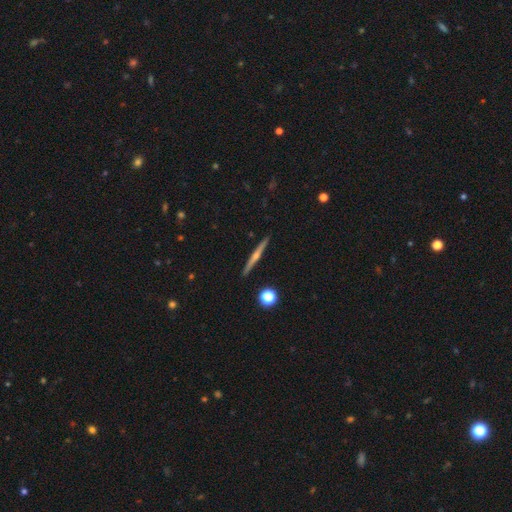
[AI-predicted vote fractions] Overall: featured or disk (71%). Edge-on disk: yes (98%). Edge-on bulge: rounded (80%). Merging: none (93%).